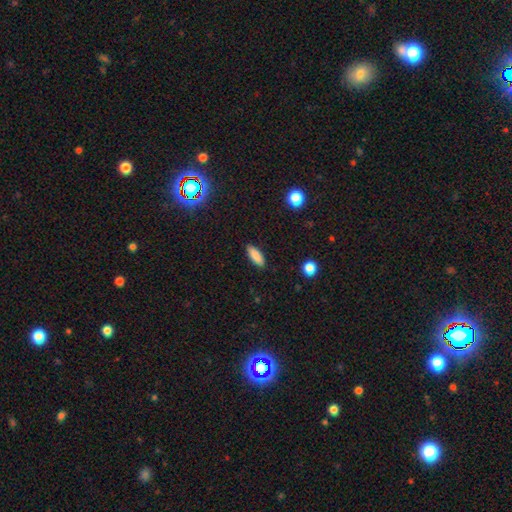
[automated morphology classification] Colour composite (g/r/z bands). It shows a smooth galaxy with no disk features (86%) that is in between round and cigar-shaped (66%). Merging: none (88%).